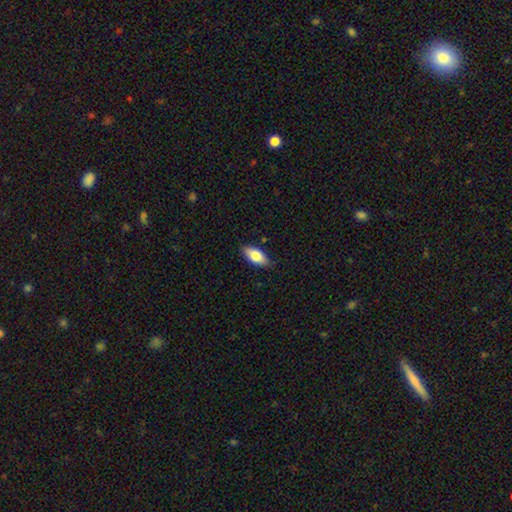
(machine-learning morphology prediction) The model was most divided on "smooth or featured": smooth: 78%, featured or disk: 15%, star or artifact: 6%. More confident: how rounded — in between (90%); merging — none (85%).